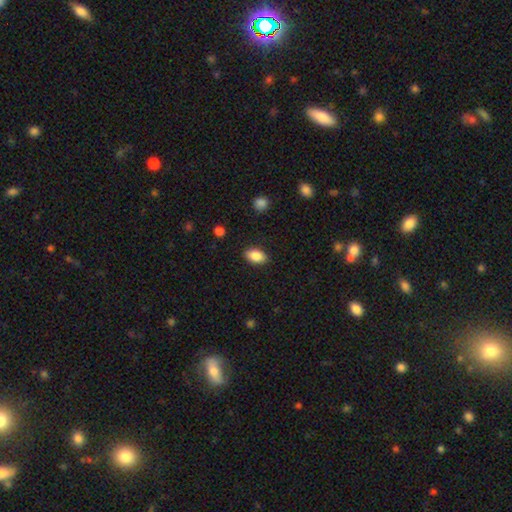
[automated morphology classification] The model was most divided on "smooth or featured": smooth: 86%, star or artifact: 7%, featured or disk: 6%. More confident: how rounded — in between (90%); merging — none (88%).